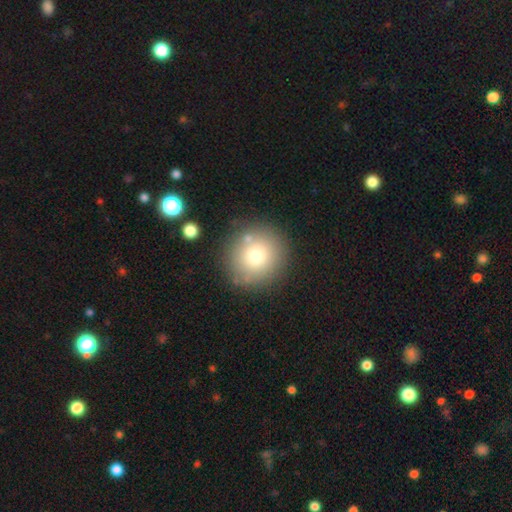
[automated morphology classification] smooth-or-featured: smooth: 77% | featured or disk: 12% | star or artifact: 11%
  how-rounded: round: 92% | in between: 7% | cigar-shaped: 1%
  merging: none: 84% | minor disturbance: 9% | merger: 4% | major disturbance: 3%